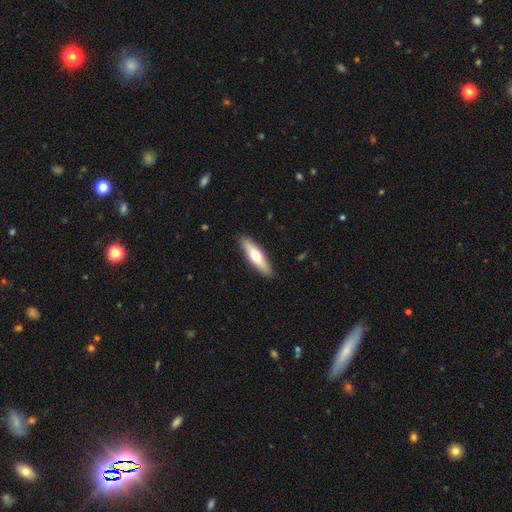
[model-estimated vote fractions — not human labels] The model was most divided on "smooth or featured": smooth: 59%, featured or disk: 36%, star or artifact: 5%. More confident: merging — none (90%); how rounded — cigar-shaped (65%).